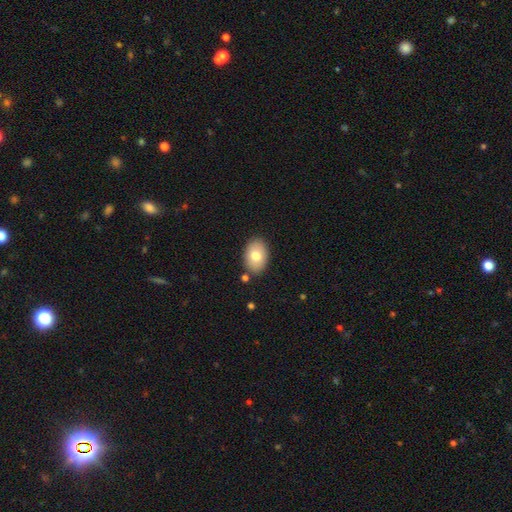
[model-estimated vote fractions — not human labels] Smooth or featured: smooth — 77% (featured or disk — 16%)
How rounded: in between — 85% (round — 14%)
Merging: none — 85% (minor disturbance — 10%)